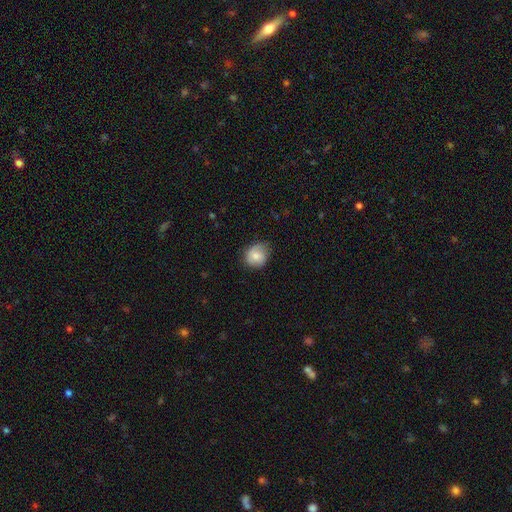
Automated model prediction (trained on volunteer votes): Smooth or featured? Predicted: smooth (p=0.72). How rounded? Predicted: round (p=0.73). Merging? Predicted: none (p=0.69).